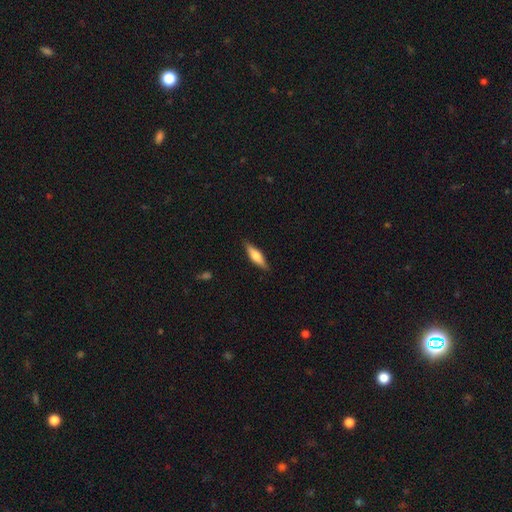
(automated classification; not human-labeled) The model was most divided on "smooth or featured": smooth: 59%, featured or disk: 35%, star or artifact: 6%. More confident: merging — none (87%); how rounded — cigar-shaped (64%).